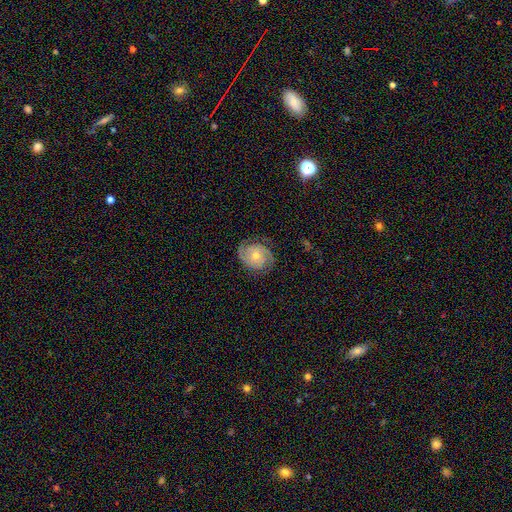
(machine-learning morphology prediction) Q: Smooth or featured?
A: featured or disk (85%); runner-up: smooth (8%)
Q: Edge-on disk?
A: no (98%); runner-up: yes (2%)
Q: Bar?
A: no (74%); runner-up: weak (20%)
Q: Spiral arms?
A: yes (97%); runner-up: no (3%)
Q: Spiral winding?
A: tight (63%); runner-up: medium (31%)
Q: Spiral arm count?
A: 2 (74%); runner-up: 3 (11%)
Q: Bulge size?
A: moderate (52%); runner-up: small (45%)
Q: Merging?
A: none (81%); runner-up: minor disturbance (14%)